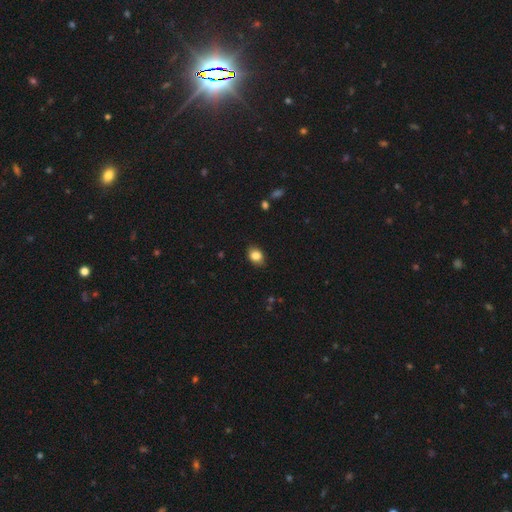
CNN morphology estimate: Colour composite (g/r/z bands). It shows a smooth galaxy with no disk features (84%) that is in between round and cigar-shaped (67%). Merging: none (86%).